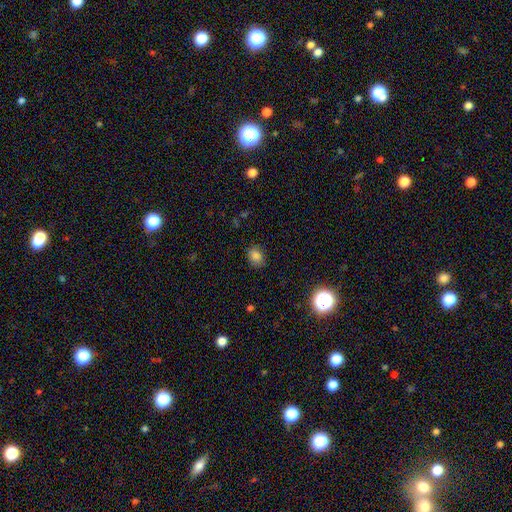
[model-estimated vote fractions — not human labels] Morphology: type=smooth (81%); roundness=round (50%); merging=none (84%).